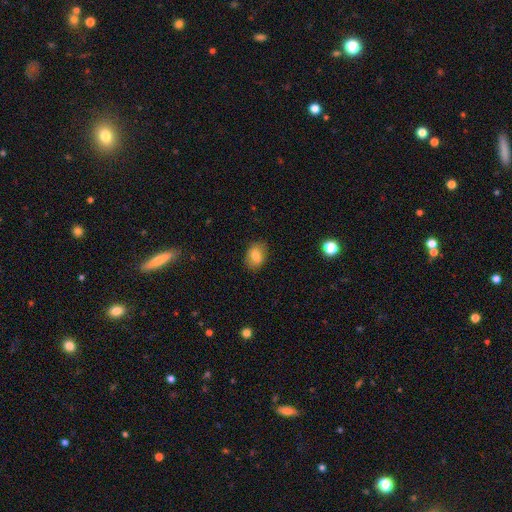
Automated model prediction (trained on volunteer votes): Smooth or featured: smooth — 77% (featured or disk — 14%)
How rounded: in between — 75% (round — 23%)
Merging: none — 83% (minor disturbance — 13%)